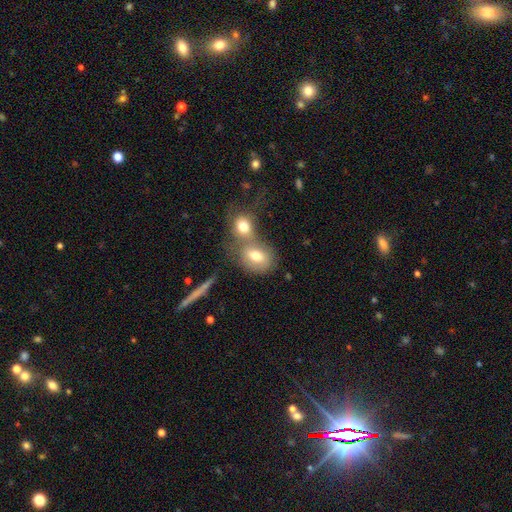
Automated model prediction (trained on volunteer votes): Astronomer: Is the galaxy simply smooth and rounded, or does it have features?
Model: smooth — 70%.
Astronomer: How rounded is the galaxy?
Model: in between — 61% (runner-up: round, 36%).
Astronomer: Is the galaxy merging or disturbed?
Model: merger — 52% (runner-up: none, 33%).